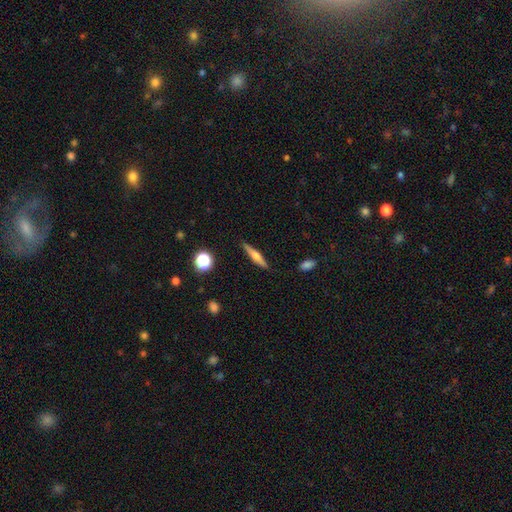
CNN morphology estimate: Smooth or featured?
  - featured or disk: 50% *
  - smooth: 42%
  - star or artifact: 8%
Edge-on disk?
  - yes: 95% *
  - no: 5%
Merging?
  - none: 88% *
  - minor disturbance: 8%
  - major disturbance: 2%
  - merger: 1%